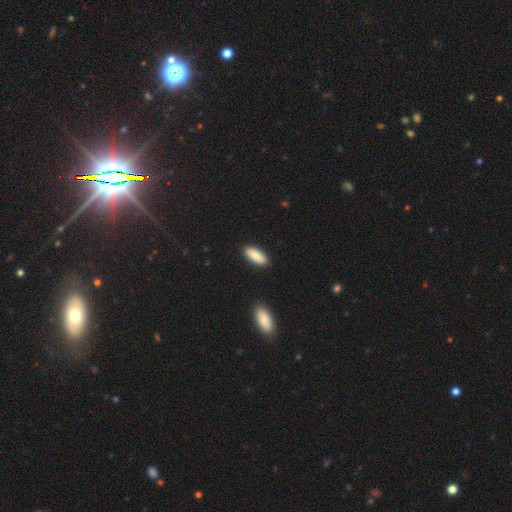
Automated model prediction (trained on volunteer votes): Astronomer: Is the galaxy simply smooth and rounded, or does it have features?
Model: smooth — 86%.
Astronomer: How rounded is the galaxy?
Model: in between — 75%.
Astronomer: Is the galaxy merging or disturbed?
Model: none — 89%.